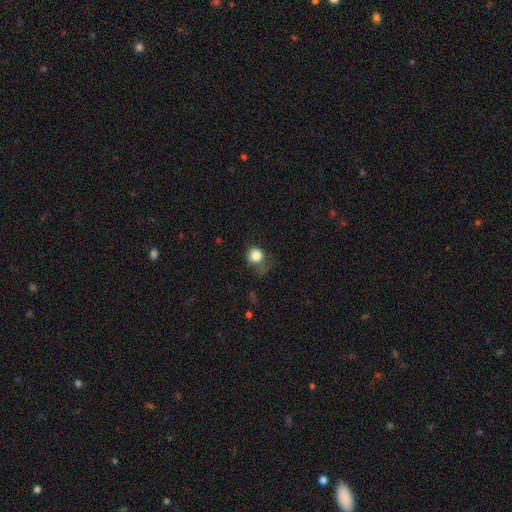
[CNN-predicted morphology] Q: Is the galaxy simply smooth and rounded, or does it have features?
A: smooth — 84%.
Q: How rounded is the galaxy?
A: round — 84%.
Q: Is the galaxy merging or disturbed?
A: none — 50%.